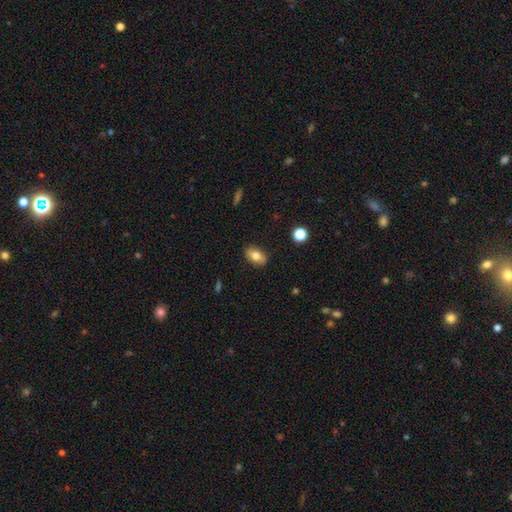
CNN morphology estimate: Smooth or featured?
  - smooth: 77% *
  - featured or disk: 15%
  - star or artifact: 8%
How rounded?
  - in between: 86% *
  - round: 12%
  - cigar-shaped: 2%
Merging?
  - none: 86% *
  - minor disturbance: 11%
  - major disturbance: 2%
  - merger: 1%